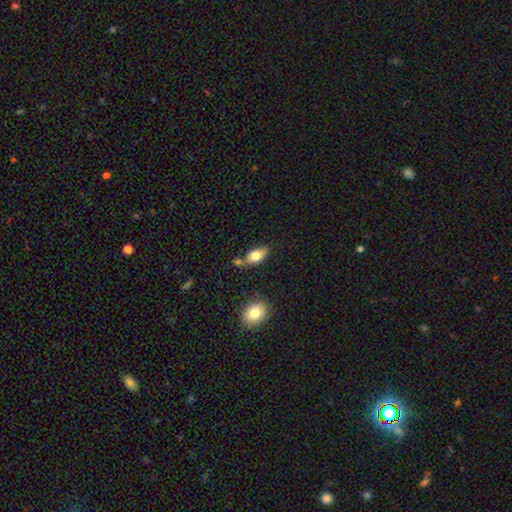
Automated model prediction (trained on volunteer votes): A smooth galaxy with no disk features (76%) that is in between round and cigar-shaped (85%).

Vote fractions:
- Smooth or featured? smooth: 76% / featured or disk: 17% / star or artifact: 8%
- How rounded? in between: 85% / cigar-shaped: 8% / round: 7%
- Merging? none: 65% / minor disturbance: 17% / merger: 13% / major disturbance: 4%